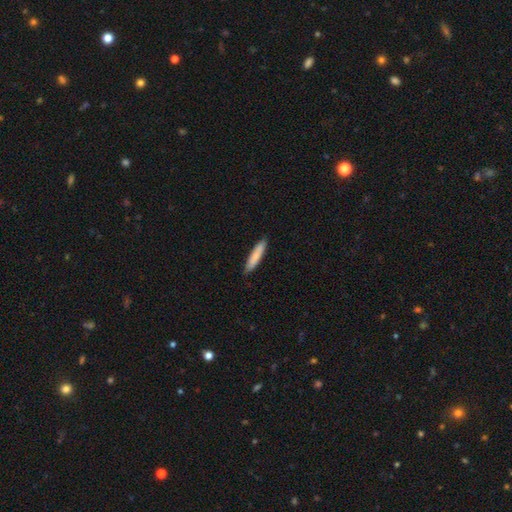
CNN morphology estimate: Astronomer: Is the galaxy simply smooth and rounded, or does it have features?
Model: smooth — 83%.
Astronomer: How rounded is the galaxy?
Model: cigar-shaped — 87%.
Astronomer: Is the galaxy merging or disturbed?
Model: none — 88%.